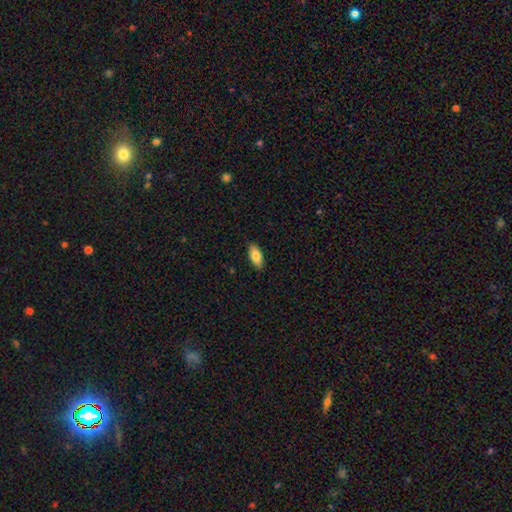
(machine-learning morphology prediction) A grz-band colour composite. It shows a smooth galaxy with no disk features (82%) that is in between round and cigar-shaped (89%). Merging: none (88%).